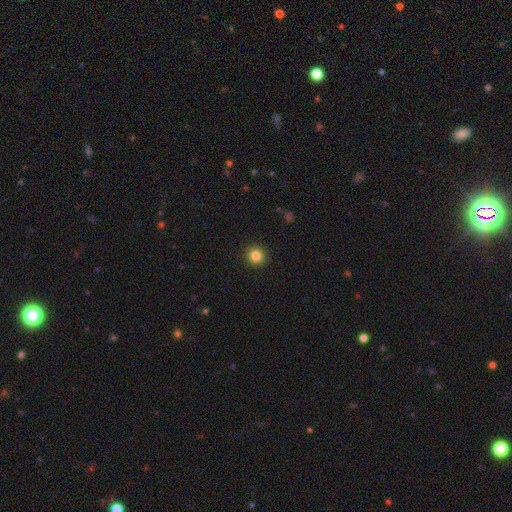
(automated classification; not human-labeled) Overall: smooth (84%). How rounded: round (94%). Merging: none (92%).